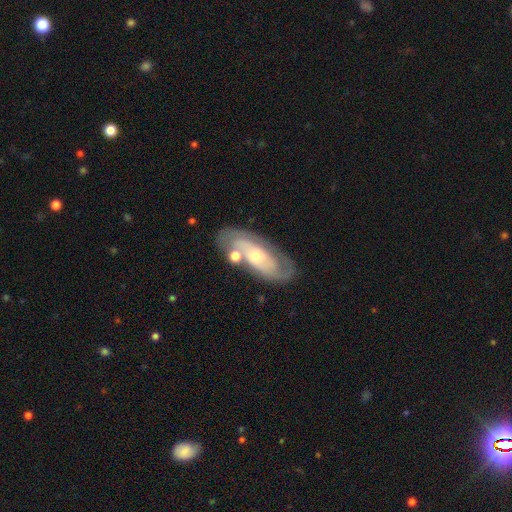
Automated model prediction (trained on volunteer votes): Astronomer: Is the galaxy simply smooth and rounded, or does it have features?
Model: featured or disk — 75%.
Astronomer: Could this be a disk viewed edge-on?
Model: no — 90%.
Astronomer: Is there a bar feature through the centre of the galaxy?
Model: no — 66%.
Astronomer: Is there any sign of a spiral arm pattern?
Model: yes — 85%.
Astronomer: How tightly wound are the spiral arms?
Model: tight — 44% (runner-up: medium, 39%).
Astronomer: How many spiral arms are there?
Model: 2 — 63%.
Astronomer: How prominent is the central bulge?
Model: small — 48% (runner-up: moderate, 46%).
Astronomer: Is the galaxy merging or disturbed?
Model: none — 63%.